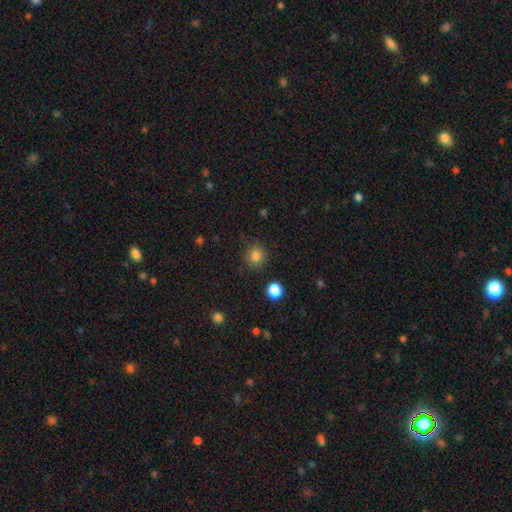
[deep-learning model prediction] Smooth or featured? smooth (83%)
How rounded? round (89%)
Merging? none (87%)